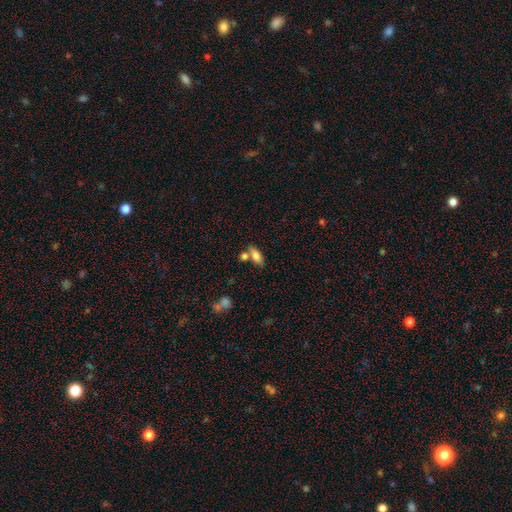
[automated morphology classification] Q: Smooth or featured?
A: smooth (76%); runner-up: featured or disk (16%)
Q: How rounded?
A: in between (76%); runner-up: cigar-shaped (20%)
Q: Merging?
A: none (57%); runner-up: merger (25%)